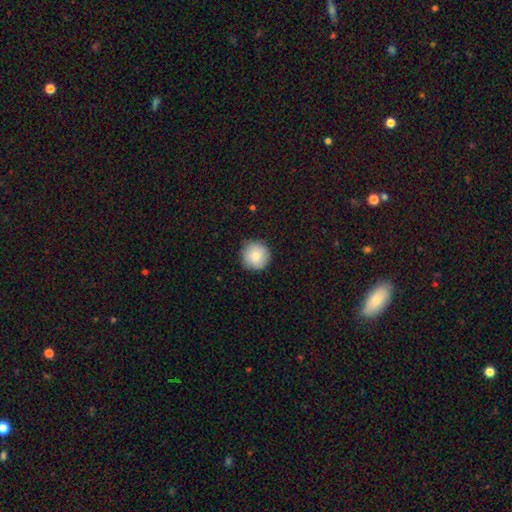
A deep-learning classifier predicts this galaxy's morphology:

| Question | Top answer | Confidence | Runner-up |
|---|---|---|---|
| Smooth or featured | smooth | 84% | featured or disk (9%) |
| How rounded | round | 95% | in between (4%) |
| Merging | none | 87% | minor disturbance (10%) |